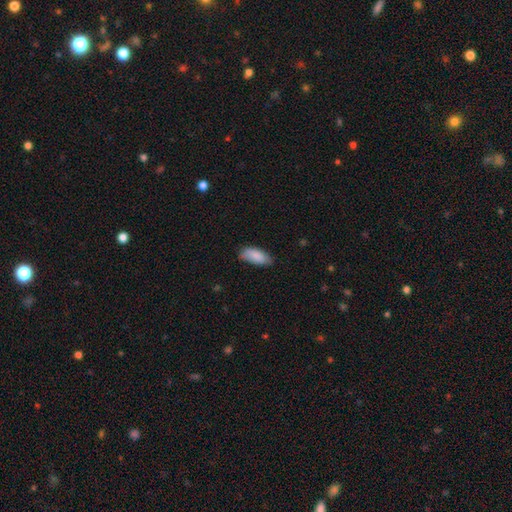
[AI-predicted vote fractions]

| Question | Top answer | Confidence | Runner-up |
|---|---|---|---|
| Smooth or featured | smooth | 87% | featured or disk (7%) |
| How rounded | in between | 86% | cigar-shaped (12%) |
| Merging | none | 73% | minor disturbance (23%) |